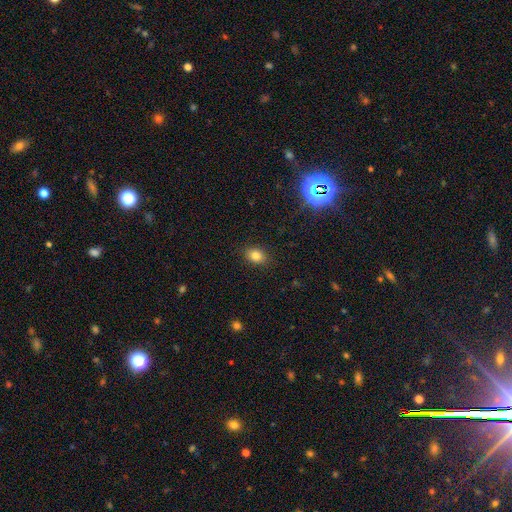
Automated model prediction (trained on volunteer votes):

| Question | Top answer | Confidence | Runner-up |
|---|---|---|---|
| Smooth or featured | smooth | 83% | star or artifact (11%) |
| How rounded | in between | 67% | round (32%) |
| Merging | none | 87% | minor disturbance (9%) |